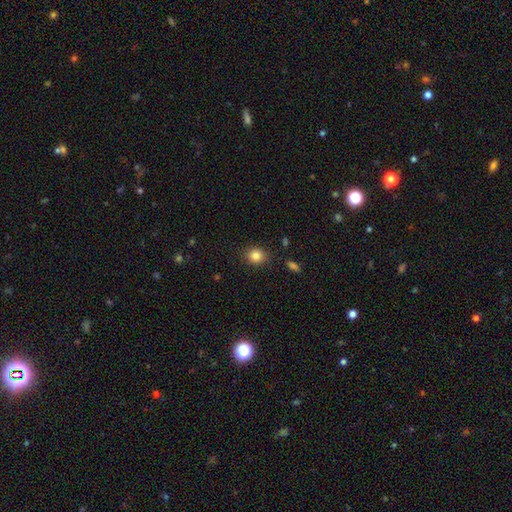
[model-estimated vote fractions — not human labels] Smooth or featured?
  - smooth: 83% *
  - star or artifact: 10%
  - featured or disk: 6%
How rounded?
  - round: 69% *
  - in between: 30%
  - cigar-shaped: 1%
Merging?
  - none: 87% *
  - minor disturbance: 9%
  - major disturbance: 2%
  - merger: 2%